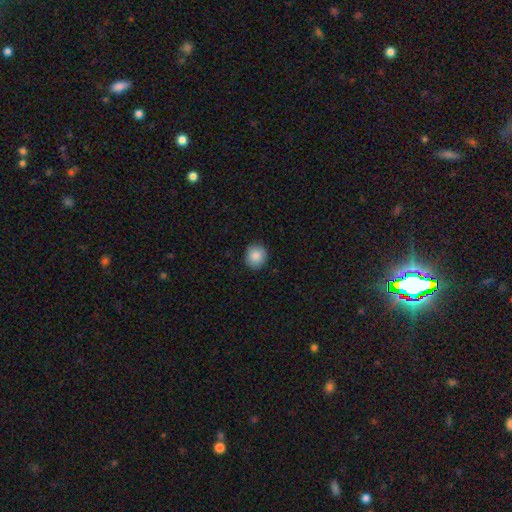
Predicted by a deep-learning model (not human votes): A smooth galaxy with no disk features (87%) that is round (87%). Merging: none (89%).